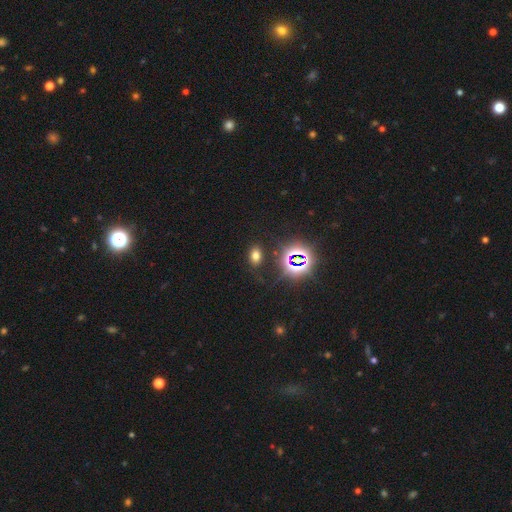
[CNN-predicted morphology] smooth 63%, star or artifact 29%, featured or disk 8%. Down the decision tree: how rounded — in between (80%); merging — none (84%).